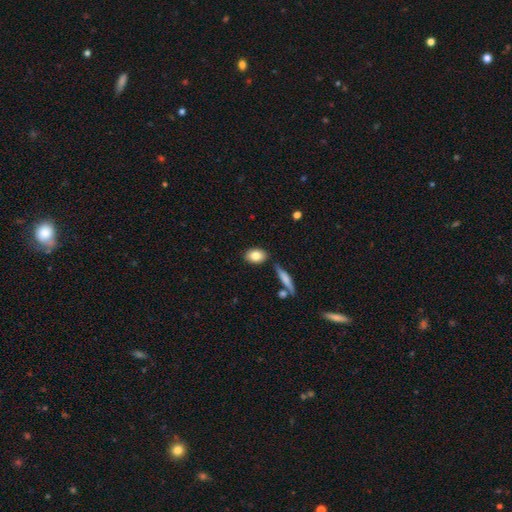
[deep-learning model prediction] This is clearly a smooth galaxy (82%). How rounded: clearly in between (83%). Merging: clearly none (80%).